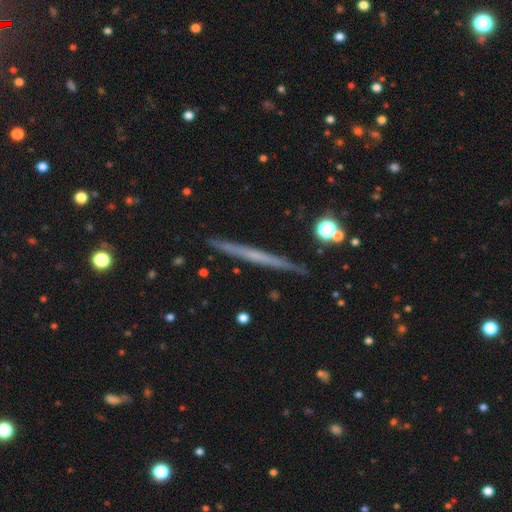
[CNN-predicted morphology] featured or disk 58%, smooth 35%, star or artifact 7%. Down the decision tree: edge-on disk — yes (97%); edge-on bulge — none (87%); merging — none (91%).